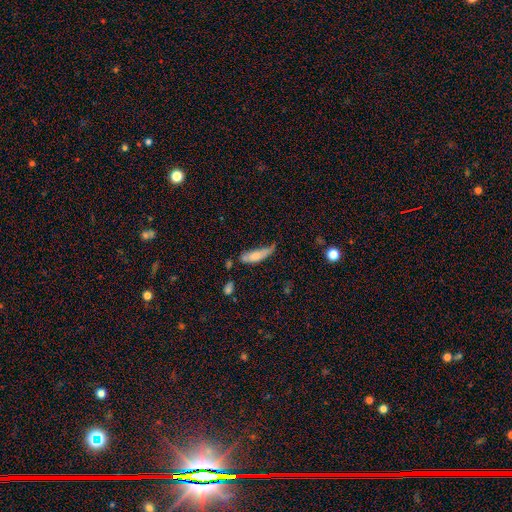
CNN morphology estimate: Smooth or featured?
  - smooth: 70% *
  - featured or disk: 22%
  - star or artifact: 7%
How rounded?
  - cigar-shaped: 55% *
  - in between: 43%
  - round: 2%
Merging?
  - minor disturbance: 37% *
  - none: 32%
  - major disturbance: 20%
  - merger: 11%